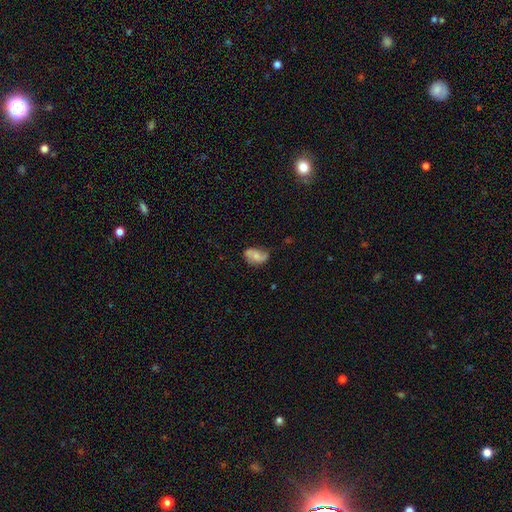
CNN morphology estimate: featured or disk 52%, smooth 39%, star or artifact 8%. Down the decision tree: edge-on disk — no (97%); bar — no (57%); spiral arms — yes (85%); bulge size — small (41%); merging — none (54%).